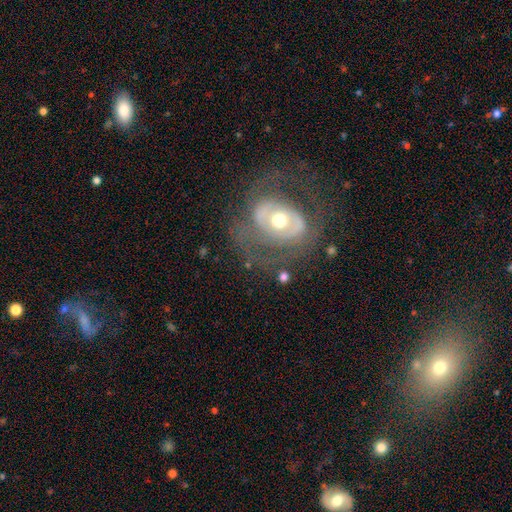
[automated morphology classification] smooth-or-featured: featured or disk: 67% | smooth: 22% | star or artifact: 11%
  disk-edge-on: no: 95% | yes: 5%
    bar: no: 55% | weak: 28% | strong: 17%
    has-spiral-arms: yes: 52% | no: 48%
    bulge-size: moderate: 60% | small: 29% | large: 8% | dominant: 2% | none: 2%
  merging: none: 61% | major disturbance: 17% | minor disturbance: 16% | merger: 6%